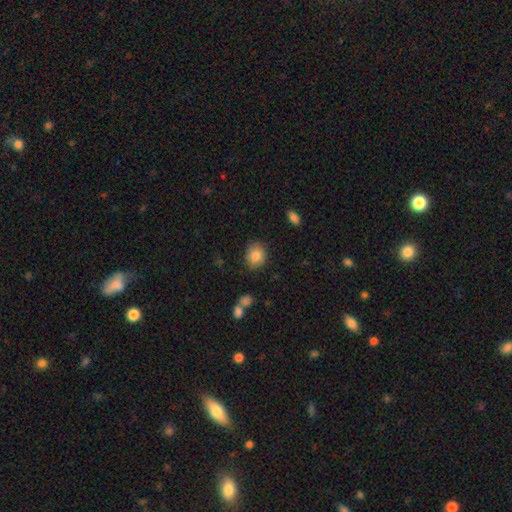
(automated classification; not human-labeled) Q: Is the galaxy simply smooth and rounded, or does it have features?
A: smooth — 85%.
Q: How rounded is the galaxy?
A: round — 66%.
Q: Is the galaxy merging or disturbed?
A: none — 81%.